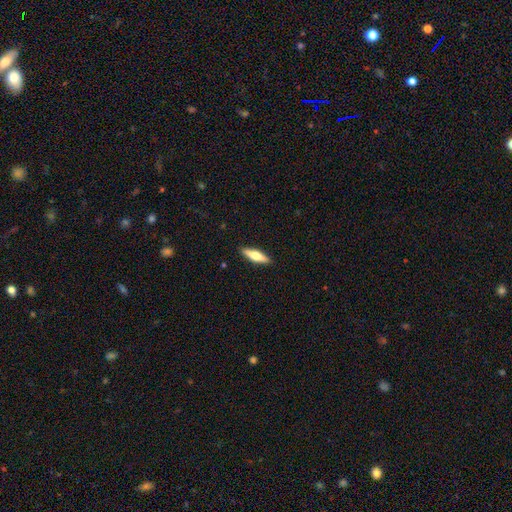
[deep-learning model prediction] Overall: smooth (55%; featured or disk 40%). How rounded: cigar-shaped (64%; in between 34%). Merging: none (90%).